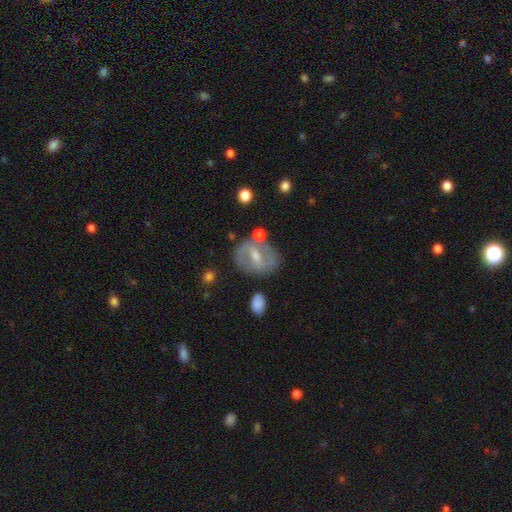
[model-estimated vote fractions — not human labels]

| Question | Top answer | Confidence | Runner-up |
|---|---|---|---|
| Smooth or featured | featured or disk | 67% | smooth (25%) |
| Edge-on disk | no | 94% | yes (6%) |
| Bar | strong | 42% | weak (41%) |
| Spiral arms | yes | 63% | no (37%) |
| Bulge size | moderate | 49% | small (46%) |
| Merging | none | 70% | minor disturbance (17%) |